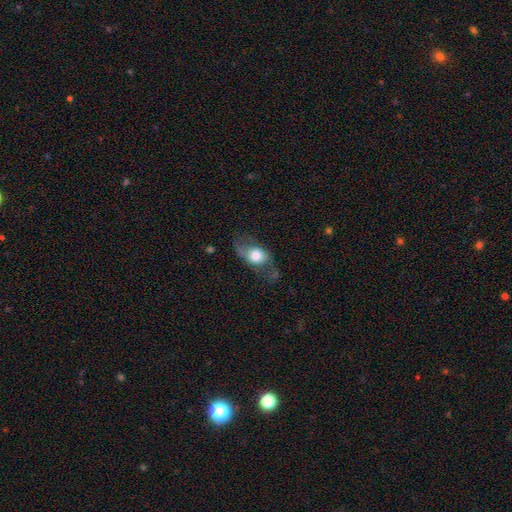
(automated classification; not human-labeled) Q: Smooth or featured?
A: smooth (50%); runner-up: featured or disk (43%)
Q: Merging?
A: none (51%); runner-up: minor disturbance (24%)